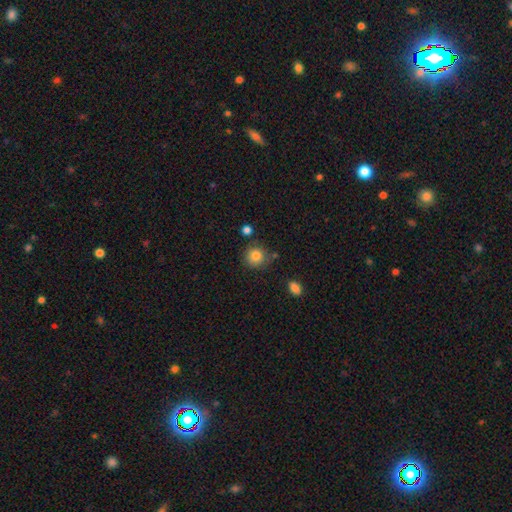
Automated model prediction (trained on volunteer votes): This is clearly a smooth galaxy (83%). How rounded: clearly round (91%). Merging: likely none (79%).